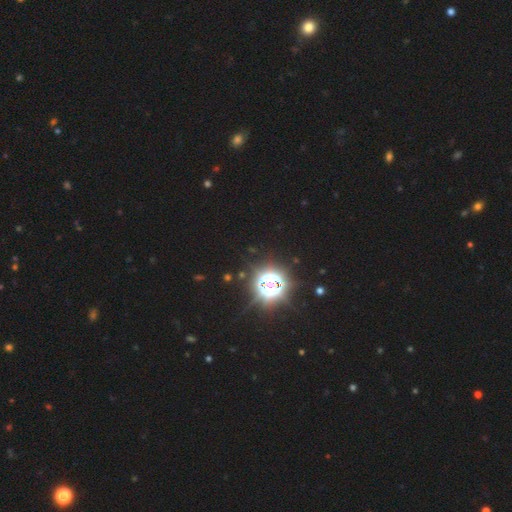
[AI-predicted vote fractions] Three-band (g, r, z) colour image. It shows a star or artifact, not a galaxy (84%).